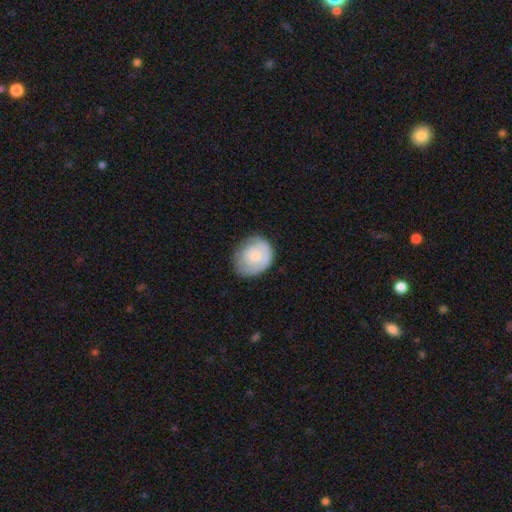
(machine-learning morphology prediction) smooth_or_featured: smooth (p=0.64) [alt: featured or disk p=0.29]
how_rounded: round (p=0.62) [alt: in between p=0.37]
merging: none (p=0.67) [alt: minor disturbance p=0.24]